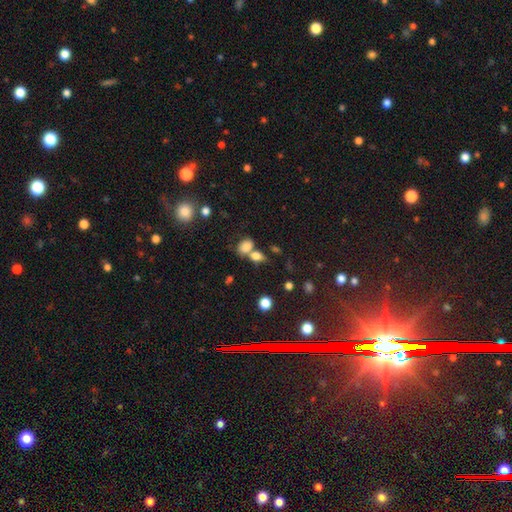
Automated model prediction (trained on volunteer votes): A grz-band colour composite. It shows a smooth galaxy with no disk features (78%) that is in between round and cigar-shaped (76%). Merging: merger (46%).